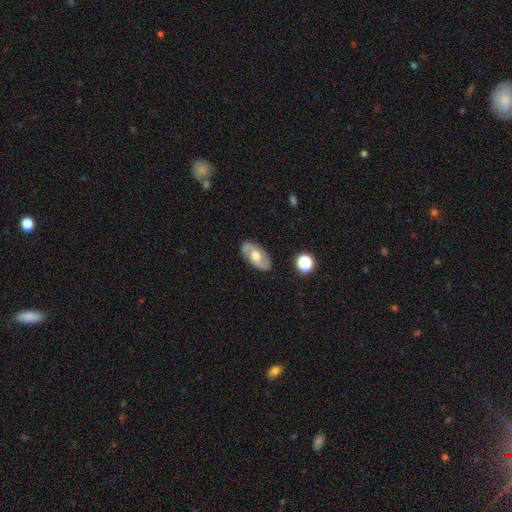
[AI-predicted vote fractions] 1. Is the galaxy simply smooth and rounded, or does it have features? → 57% featured or disk, 36% smooth, 7% star or artifact.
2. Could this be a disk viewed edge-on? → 89% no, 11% yes.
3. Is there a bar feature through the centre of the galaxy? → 62% no, 30% weak, 8% strong.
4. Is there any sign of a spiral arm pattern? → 60% yes, 40% no.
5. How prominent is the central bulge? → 67% moderate, 22% large, 9% small, 1% none, 1% dominant.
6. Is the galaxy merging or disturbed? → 81% none, 14% minor disturbance, 3% major disturbance, 2% merger.